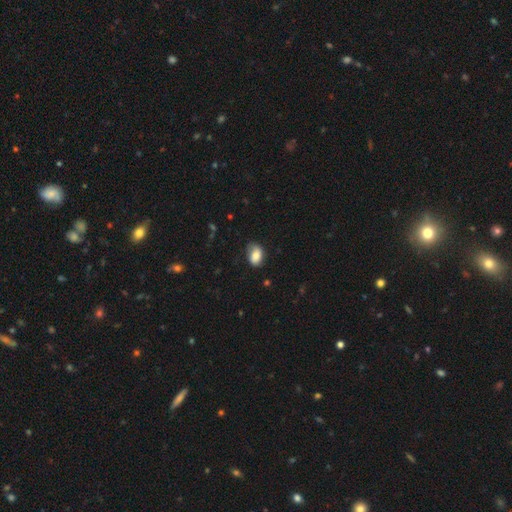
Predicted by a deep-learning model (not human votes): smooth 77%, featured or disk 16%, star or artifact 8%. Down the decision tree: how rounded — in between (85%); merging — none (67%).